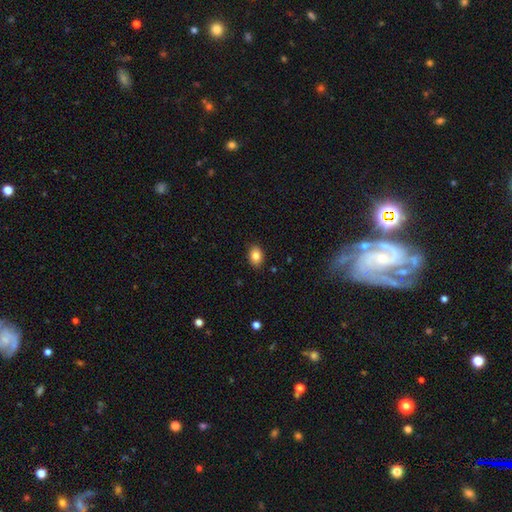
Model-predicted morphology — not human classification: Smooth or featured: smooth — 84% (star or artifact — 9%)
How rounded: in between — 78% (round — 20%)
Merging: none — 88% (minor disturbance — 9%)